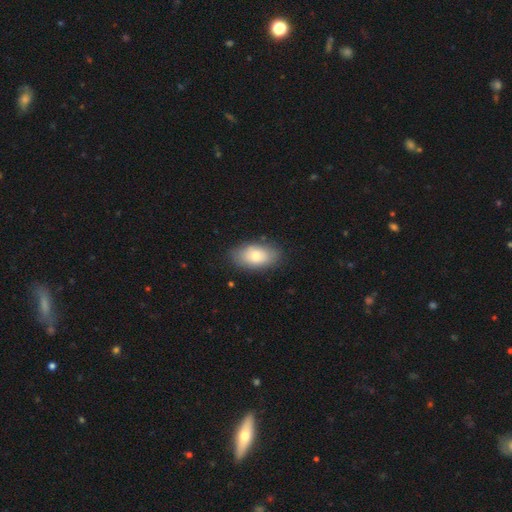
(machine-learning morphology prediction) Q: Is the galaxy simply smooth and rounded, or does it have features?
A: smooth — 77%.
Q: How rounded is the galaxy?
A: in between — 92%.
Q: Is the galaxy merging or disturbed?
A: none — 82%.